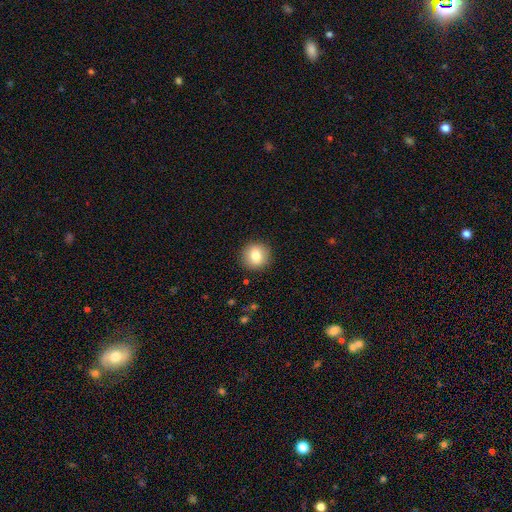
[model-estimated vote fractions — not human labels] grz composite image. It shows a smooth galaxy with no disk features (79%) that is round (91%). Merging: none (91%).